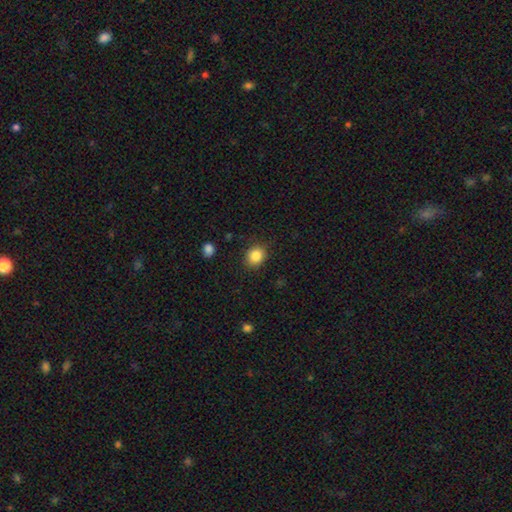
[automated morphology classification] This is clearly a smooth galaxy (85%). How rounded: likely round (73%). Merging: clearly none (86%).